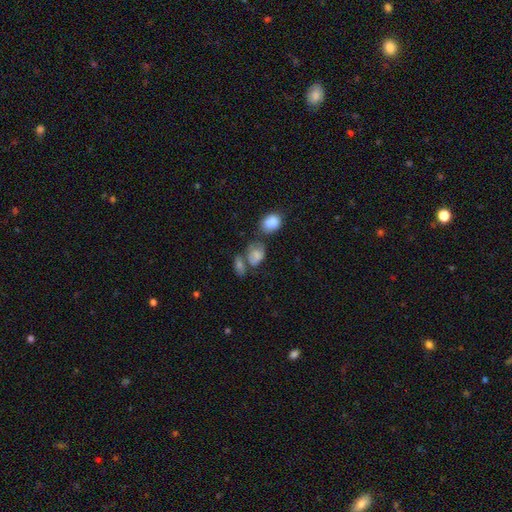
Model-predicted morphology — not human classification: Smooth or featured? Predicted: smooth (p=0.71). How rounded? Predicted: in between (p=0.72). Merging? Predicted: none (p=0.35).